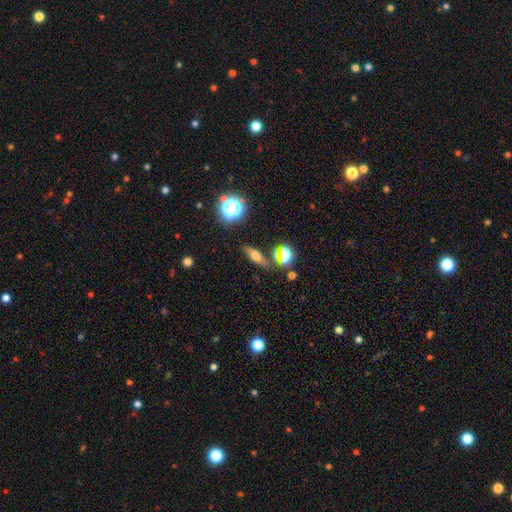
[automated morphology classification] smooth-or-featured: smooth: 46% | featured or disk: 37% | star or artifact: 17%
  merging: none: 76% | minor disturbance: 13% | merger: 7% | major disturbance: 4%